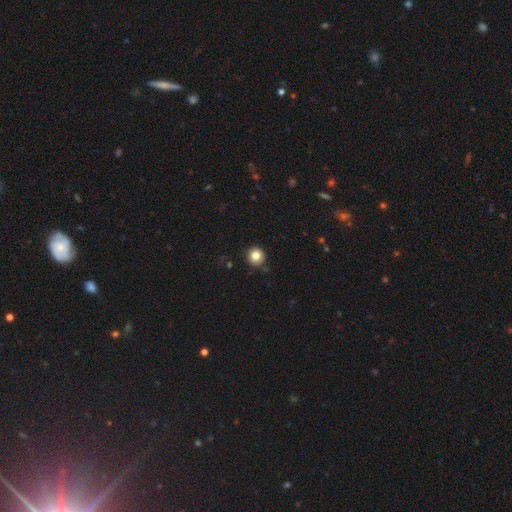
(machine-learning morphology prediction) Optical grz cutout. It shows a smooth galaxy with no disk features (83%) that is round (94%). Merging: none (90%).